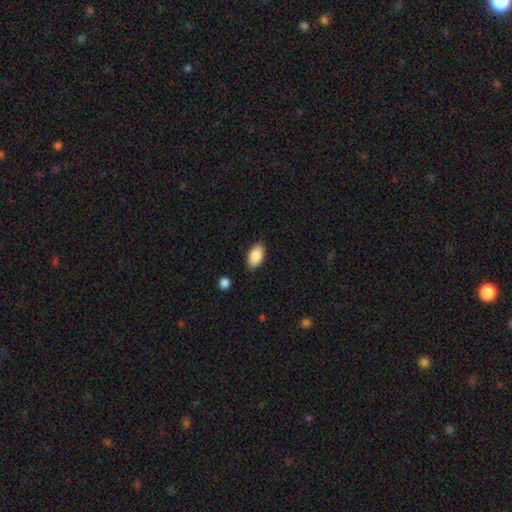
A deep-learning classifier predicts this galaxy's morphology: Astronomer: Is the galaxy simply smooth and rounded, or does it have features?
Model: smooth — 87%.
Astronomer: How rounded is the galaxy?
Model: in between — 94%.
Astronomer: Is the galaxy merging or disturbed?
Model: none — 86%.